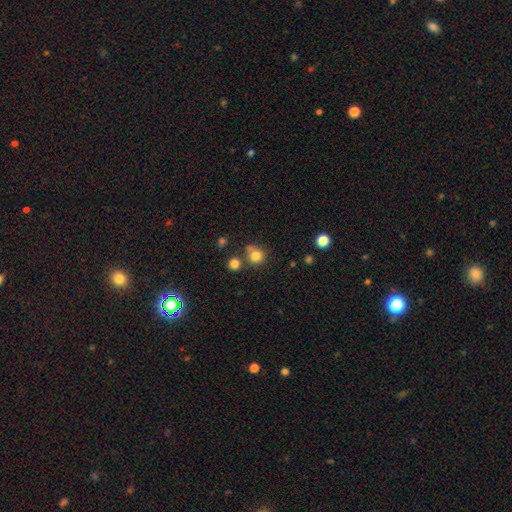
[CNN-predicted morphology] Smooth or featured?
  - smooth: 80% *
  - star or artifact: 13%
  - featured or disk: 7%
How rounded?
  - round: 88% *
  - in between: 11%
  - cigar-shaped: 1%
Merging?
  - none: 65% *
  - merger: 18%
  - minor disturbance: 12%
  - major disturbance: 4%